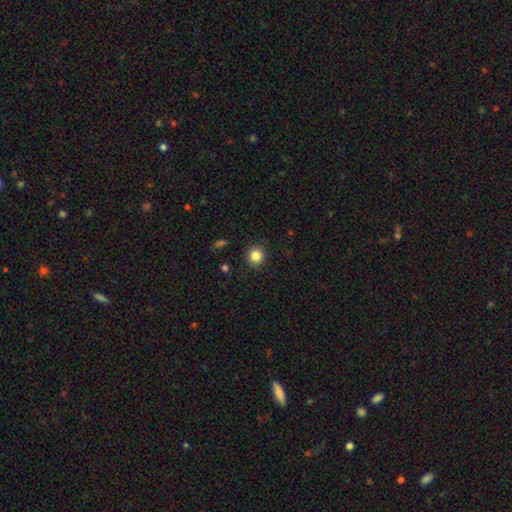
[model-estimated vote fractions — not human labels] Morphology: type=smooth (84%); roundness=round (87%); merging=none (91%).